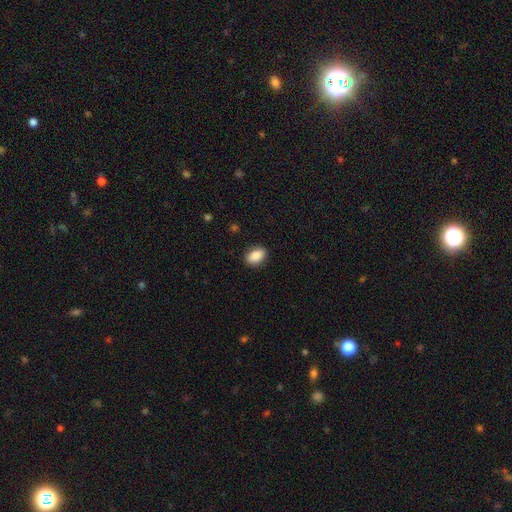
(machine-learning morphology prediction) Smooth or featured?
  - smooth: 88% *
  - star or artifact: 7%
  - featured or disk: 5%
How rounded?
  - in between: 84% *
  - round: 14%
  - cigar-shaped: 2%
Merging?
  - none: 88% *
  - minor disturbance: 8%
  - major disturbance: 2%
  - merger: 1%